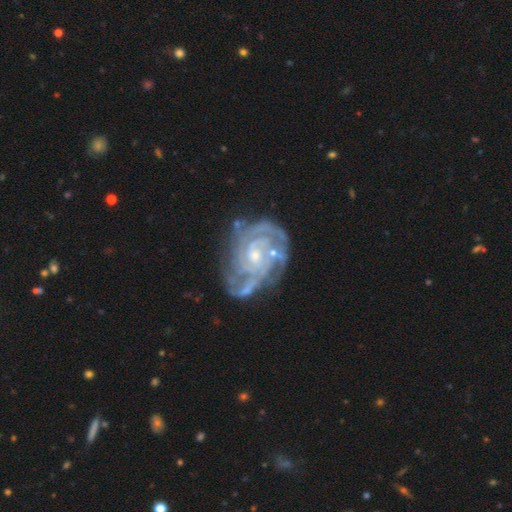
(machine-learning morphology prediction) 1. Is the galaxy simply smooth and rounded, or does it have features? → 91% featured or disk, 6% star or artifact, 4% smooth.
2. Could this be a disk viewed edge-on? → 98% no, 2% yes.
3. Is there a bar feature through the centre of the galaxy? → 67% no, 26% weak, 7% strong.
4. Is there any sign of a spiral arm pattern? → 98% yes, 2% no.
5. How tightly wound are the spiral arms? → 69% tight, 27% medium, 4% loose.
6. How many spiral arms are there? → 27% 3, 21% can't tell, 19% 2, 19% 4, 8% more than 4, 7% 1.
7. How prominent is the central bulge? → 62% small, 33% moderate, 2% none, 1% large, 1% dominant.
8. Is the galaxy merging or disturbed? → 62% none, 23% minor disturbance, 11% major disturbance, 4% merger.